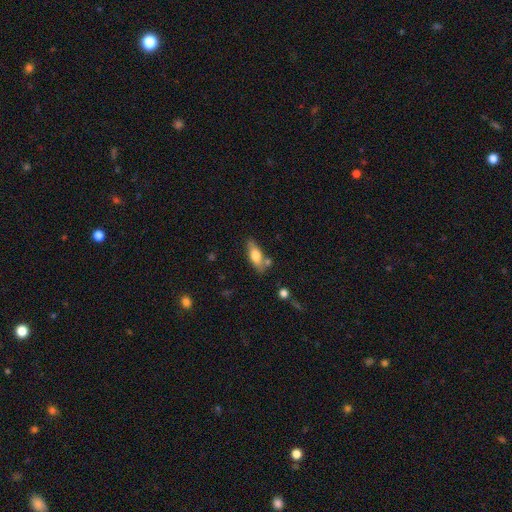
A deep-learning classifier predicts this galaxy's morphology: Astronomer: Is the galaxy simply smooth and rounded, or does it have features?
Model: smooth — 68%.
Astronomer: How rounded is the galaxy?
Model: in between — 68%.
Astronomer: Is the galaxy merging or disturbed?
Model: none — 65%.